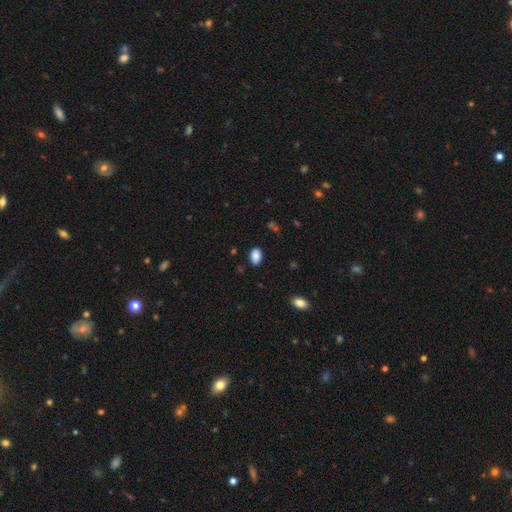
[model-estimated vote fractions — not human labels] Morphology: type=smooth (87%); roundness=in between (84%); merging=none (86%).